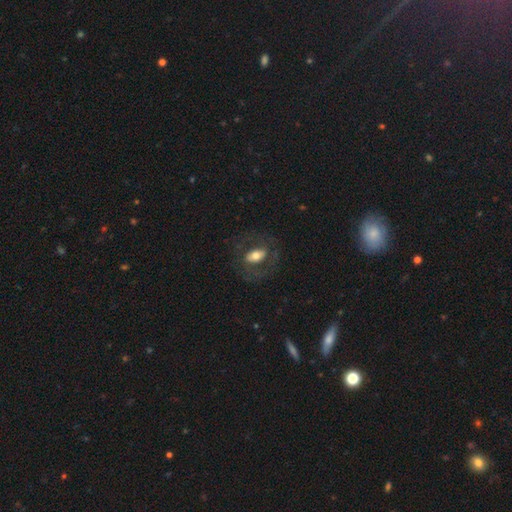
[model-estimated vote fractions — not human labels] Q: Smooth or featured?
A: smooth (53%); runner-up: featured or disk (39%)
Q: How rounded?
A: in between (83%); runner-up: round (13%)
Q: Merging?
A: none (69%); runner-up: major disturbance (15%)